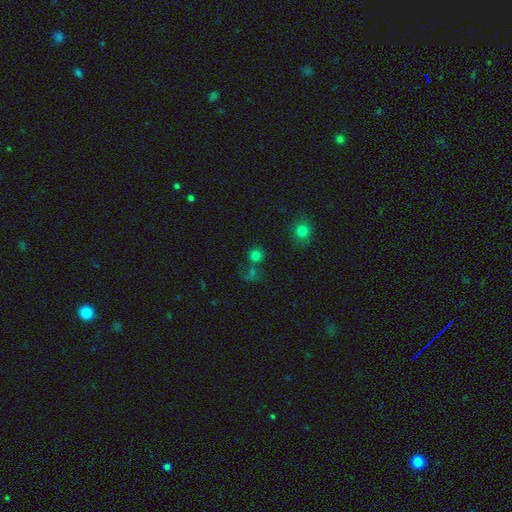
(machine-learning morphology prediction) This is likely a smooth galaxy (75%). How rounded: clearly round (89%). Merging: likely none (63%).